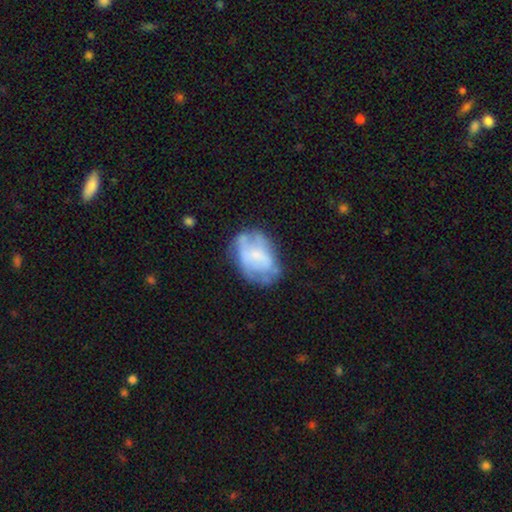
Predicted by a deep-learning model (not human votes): smooth-or-featured: featured or disk: 56% | smooth: 36% | star or artifact: 8%
  disk-edge-on: no: 97% | yes: 3%
    bar: no: 68% | weak: 26% | strong: 7%
    has-spiral-arms: no: 57% | yes: 43%
    bulge-size: small: 51% | moderate: 23% | none: 21% | large: 4% | dominant: 1%
  merging: none: 50% | minor disturbance: 28% | major disturbance: 17% | merger: 4%